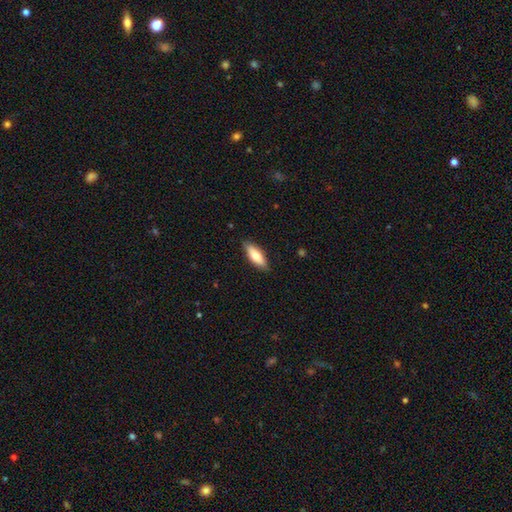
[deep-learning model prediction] Smooth or featured?
  - smooth: 76% *
  - featured or disk: 18%
  - star or artifact: 6%
How rounded?
  - in between: 63% *
  - cigar-shaped: 35%
  - round: 2%
Merging?
  - none: 87% *
  - minor disturbance: 10%
  - major disturbance: 2%
  - merger: 1%